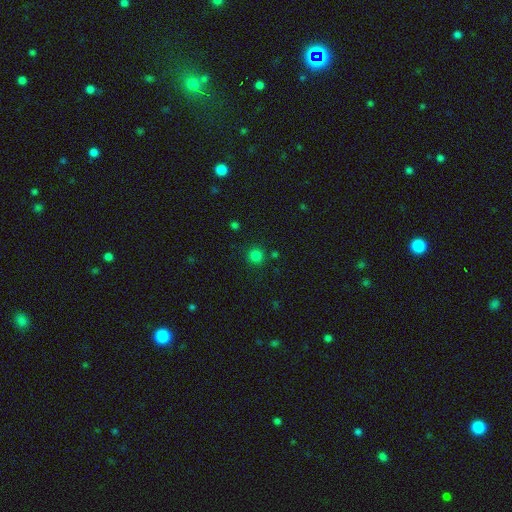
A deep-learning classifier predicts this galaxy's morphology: Q: Smooth or featured?
A: smooth (79%); runner-up: star or artifact (17%)
Q: How rounded?
A: round (93%); runner-up: in between (6%)
Q: Merging?
A: none (86%); runner-up: minor disturbance (8%)